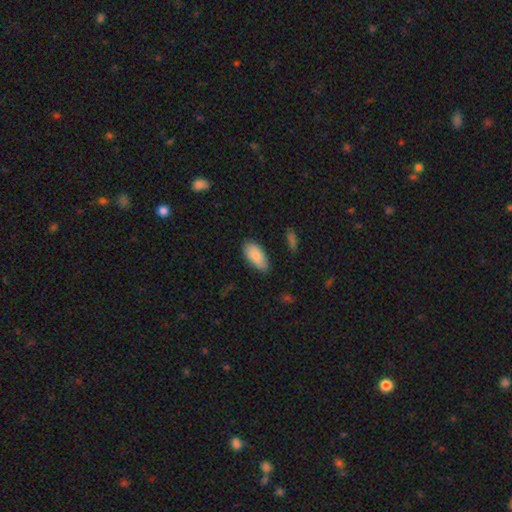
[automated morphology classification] type=smooth (84%); roundness=in between (92%); merging=none (80%).